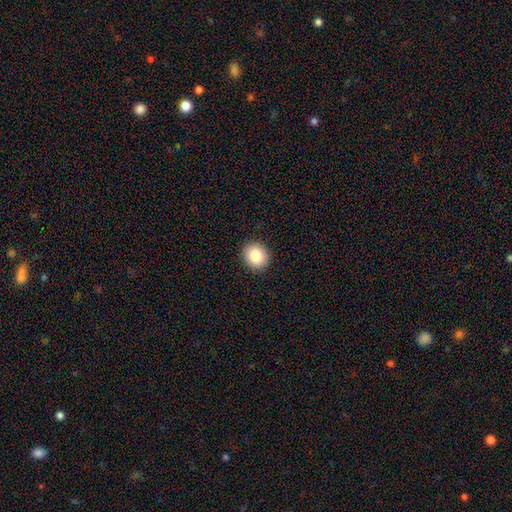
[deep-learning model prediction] smooth_or_featured: smooth (p=0.85) [alt: star or artifact p=0.09]
how_rounded: round (p=0.80) [alt: in between p=0.19]
merging: none (p=0.92) [alt: minor disturbance p=0.06]